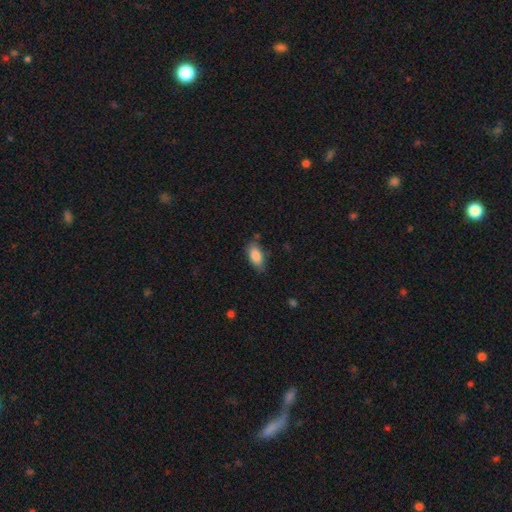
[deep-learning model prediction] Smooth or featured?
  - smooth: 86% *
  - featured or disk: 7%
  - star or artifact: 7%
How rounded?
  - in between: 89% *
  - cigar-shaped: 8%
  - round: 3%
Merging?
  - none: 71% *
  - minor disturbance: 22%
  - major disturbance: 5%
  - merger: 2%